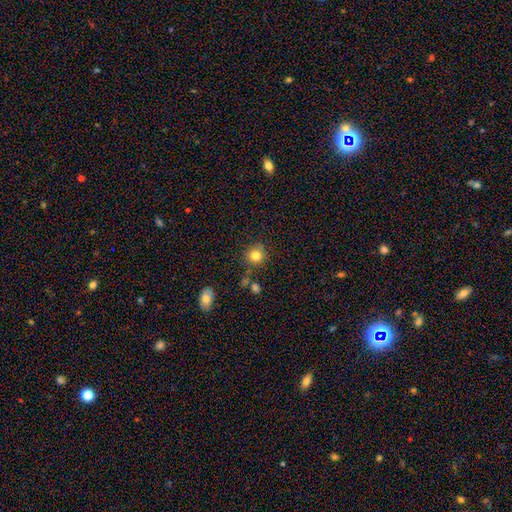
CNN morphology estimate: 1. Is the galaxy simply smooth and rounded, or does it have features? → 82% smooth, 11% star or artifact, 7% featured or disk.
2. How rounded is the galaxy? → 88% round, 11% in between, 1% cigar-shaped.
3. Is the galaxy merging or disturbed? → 81% none, 11% minor disturbance, 5% merger, 3% major disturbance.